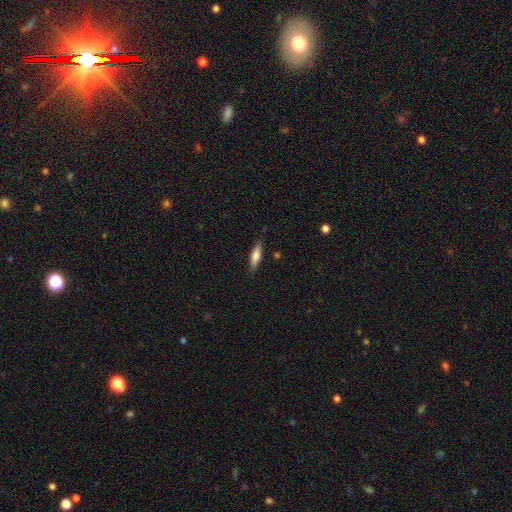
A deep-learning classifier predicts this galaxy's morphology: Smooth or featured: smooth — 67% (featured or disk — 26%)
How rounded: cigar-shaped — 68% (in between — 30%)
Merging: none — 84% (minor disturbance — 13%)